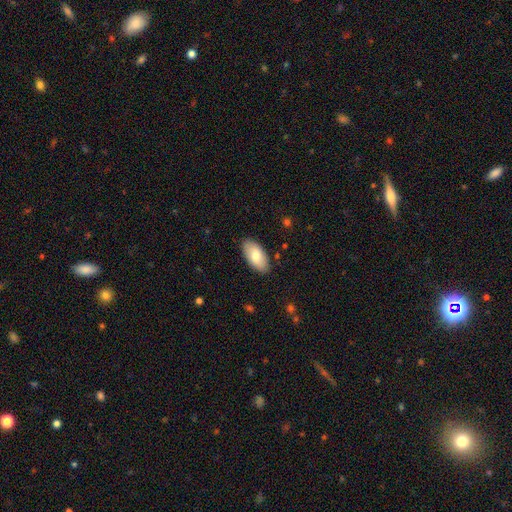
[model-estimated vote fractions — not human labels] Q: Smooth or featured?
A: smooth (77%); runner-up: featured or disk (18%)
Q: How rounded?
A: in between (94%); runner-up: cigar-shaped (4%)
Q: Merging?
A: none (87%); runner-up: minor disturbance (10%)